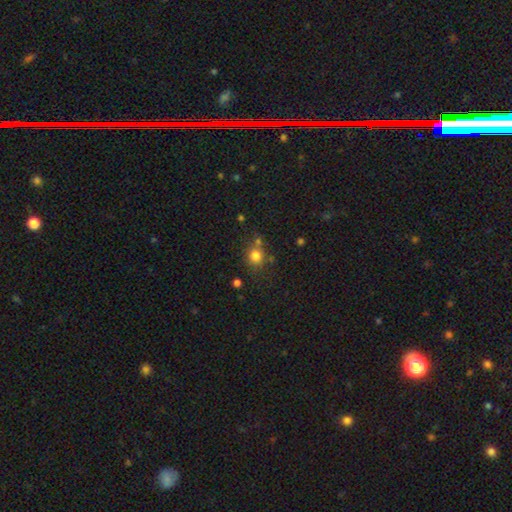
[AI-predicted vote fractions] This is likely a smooth galaxy (80%). How rounded: clearly round (87%). Merging: likely none (68%).